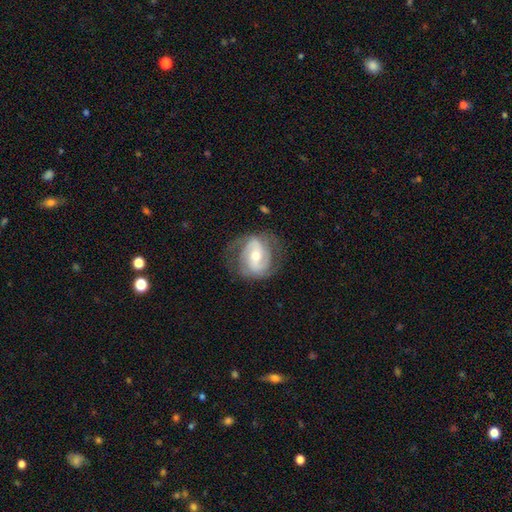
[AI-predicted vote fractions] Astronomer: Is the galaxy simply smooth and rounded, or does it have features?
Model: featured or disk — 78%.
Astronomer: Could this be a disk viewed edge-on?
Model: no — 97%.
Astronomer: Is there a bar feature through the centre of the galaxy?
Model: weak — 41% (runner-up: strong, 31%).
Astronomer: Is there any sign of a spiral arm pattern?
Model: yes — 89%.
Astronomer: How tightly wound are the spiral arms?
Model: medium — 43% (runner-up: tight, 37%).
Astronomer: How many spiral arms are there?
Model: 2 — 72%.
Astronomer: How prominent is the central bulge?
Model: moderate — 60%.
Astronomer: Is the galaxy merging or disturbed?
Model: none — 67%.